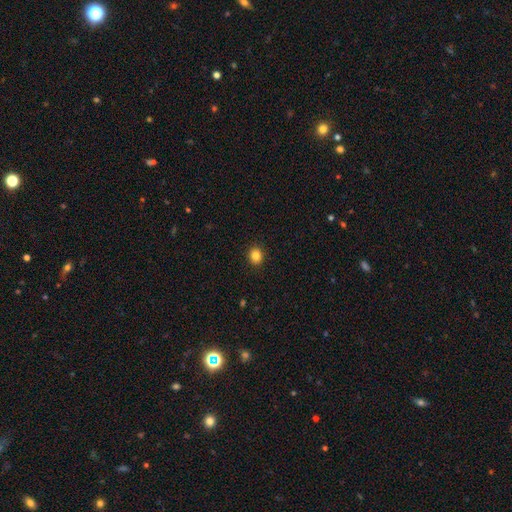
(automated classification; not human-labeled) Morphology: type=smooth (85%); roundness=round (66%); merging=none (92%).